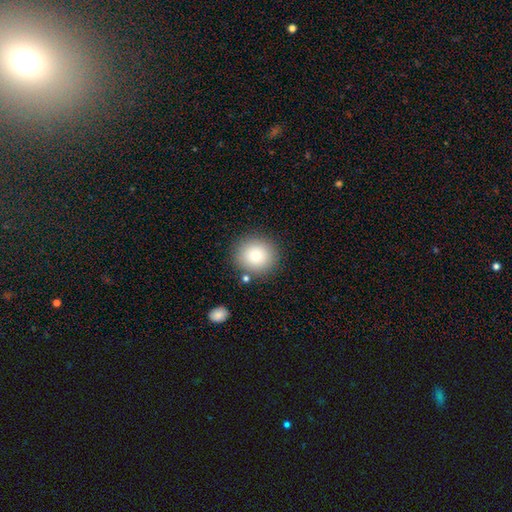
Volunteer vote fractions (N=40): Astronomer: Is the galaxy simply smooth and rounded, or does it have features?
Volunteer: smooth — 82%.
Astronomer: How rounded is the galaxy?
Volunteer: round — 94%.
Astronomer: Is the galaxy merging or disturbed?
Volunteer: none — 89%.